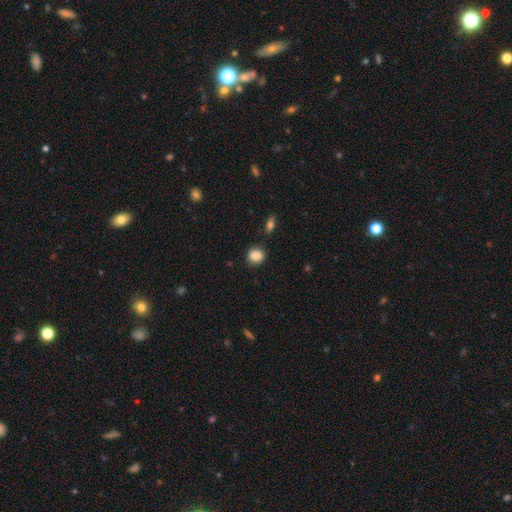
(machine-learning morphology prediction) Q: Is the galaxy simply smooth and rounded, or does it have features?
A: smooth — 87%.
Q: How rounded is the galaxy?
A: round — 65%.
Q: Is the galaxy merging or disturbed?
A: none — 82%.